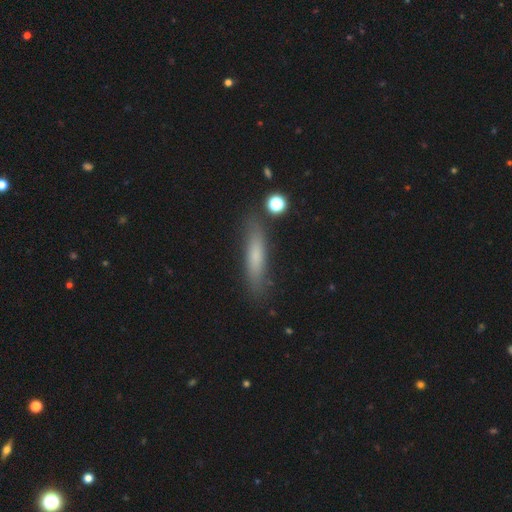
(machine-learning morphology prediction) smooth 65%, featured or disk 26%, star or artifact 9%. Down the decision tree: how rounded — cigar-shaped (83%); merging — none (80%).